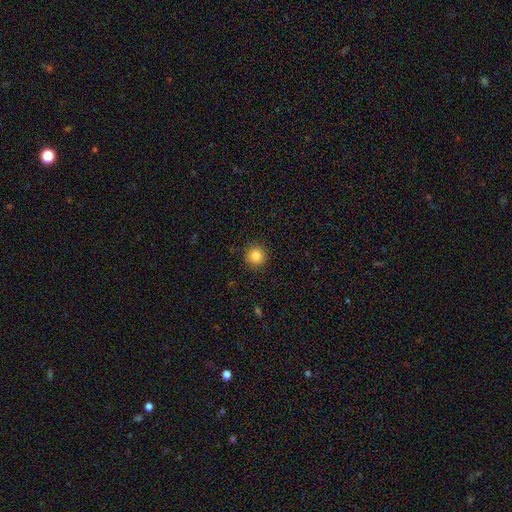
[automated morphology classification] A smooth galaxy with no disk features (85%) that is round (95%). Merging: none (90%).